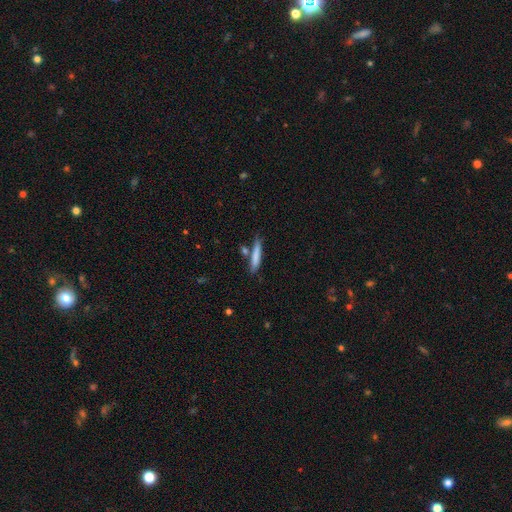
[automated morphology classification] Smooth or featured: smooth — 77% (featured or disk — 17%)
How rounded: cigar-shaped — 90% (in between — 8%)
Merging: none — 74% (minor disturbance — 14%)